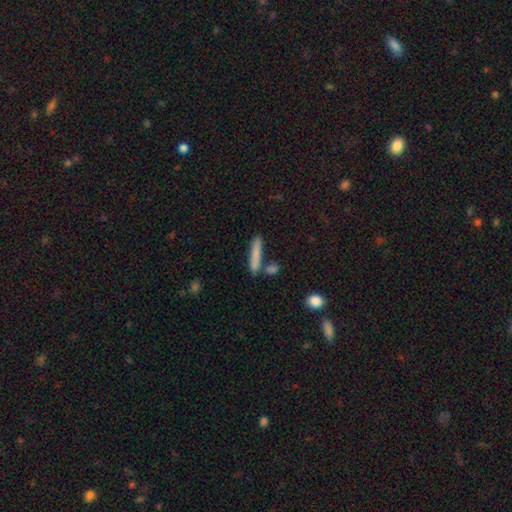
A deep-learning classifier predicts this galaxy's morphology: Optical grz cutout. It shows a smooth galaxy with no disk features (77%) that is cigar-shaped (91%). Merging: none (74%).